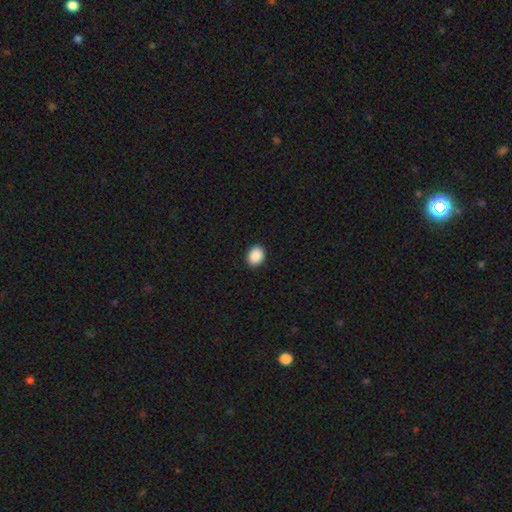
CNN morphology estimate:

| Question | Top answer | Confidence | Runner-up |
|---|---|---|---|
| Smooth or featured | smooth | 90% | star or artifact (8%) |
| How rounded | in between | 60% | round (39%) |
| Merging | none | 90% | minor disturbance (7%) |